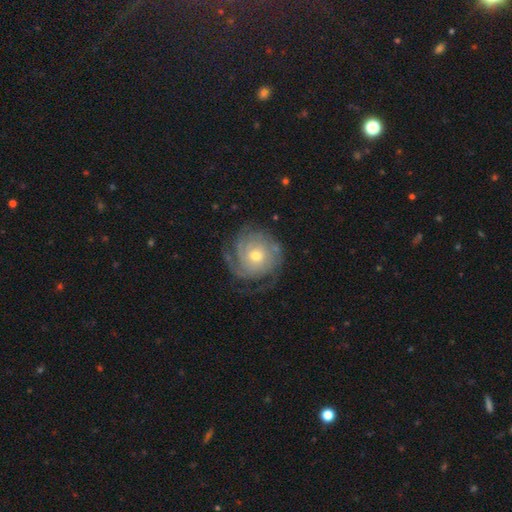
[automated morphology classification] Smooth or featured: featured or disk — 83% (smooth — 11%)
Edge-on disk: no — 97% (yes — 3%)
Bar: no — 78% (weak — 18%)
Spiral arms: yes — 95% (no — 5%)
Spiral winding: tight — 73% (medium — 21%)
Spiral arm count: can't tell — 31% (2 — 26%)
Bulge size: moderate — 55% (small — 40%)
Merging: none — 71% (minor disturbance — 17%)